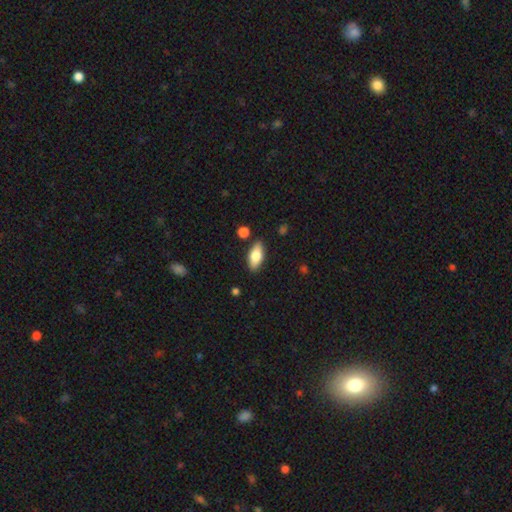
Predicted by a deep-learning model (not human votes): smooth_or_featured: smooth (p=0.72) [alt: featured or disk p=0.21]
how_rounded: in between (p=0.84) [alt: cigar-shaped p=0.12]
merging: none (p=0.85) [alt: minor disturbance p=0.10]